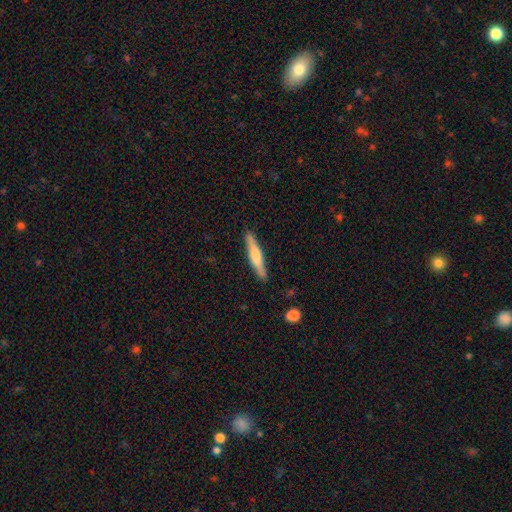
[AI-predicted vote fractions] Q: Smooth or featured?
A: smooth (55%); runner-up: featured or disk (40%)
Q: How rounded?
A: cigar-shaped (91%); runner-up: in between (8%)
Q: Merging?
A: none (88%); runner-up: minor disturbance (9%)